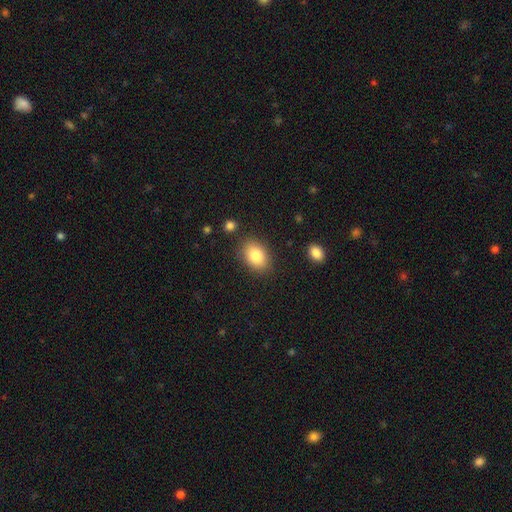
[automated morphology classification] Overall: smooth (84%). How rounded: in between (81%). Merging: none (84%).